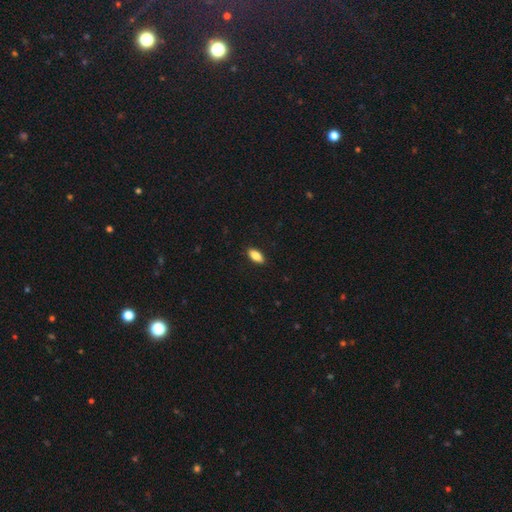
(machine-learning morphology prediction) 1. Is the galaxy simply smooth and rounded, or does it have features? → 84% smooth, 9% featured or disk, 7% star or artifact.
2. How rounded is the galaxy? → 87% in between, 10% cigar-shaped, 3% round.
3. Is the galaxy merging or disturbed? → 89% none, 8% minor disturbance, 2% major disturbance, 1% merger.